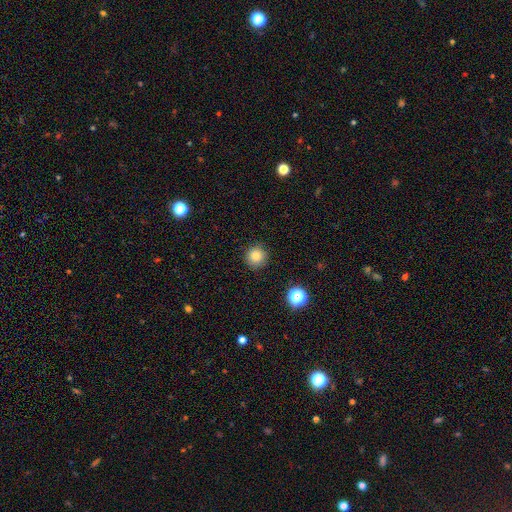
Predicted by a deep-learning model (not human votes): A smooth galaxy with no disk features (82%) that is round (95%). Merging: none (90%).